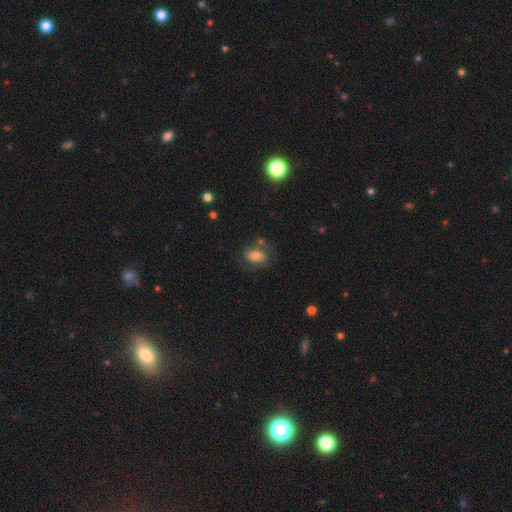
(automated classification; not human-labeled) Smooth or featured? smooth (63%)
How rounded? in between (81%)
Merging? none (60%)